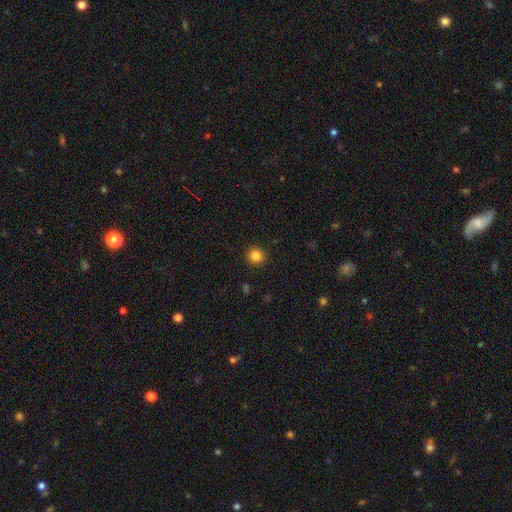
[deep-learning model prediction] A smooth galaxy with no disk features (85%) that is round (93%).

Vote fractions:
- Smooth or featured? smooth: 85% / star or artifact: 11% / featured or disk: 4%
- How rounded? round: 93% / in between: 6% / cigar-shaped: 1%
- Merging? none: 92% / minor disturbance: 5% / major disturbance: 2% / merger: 1%